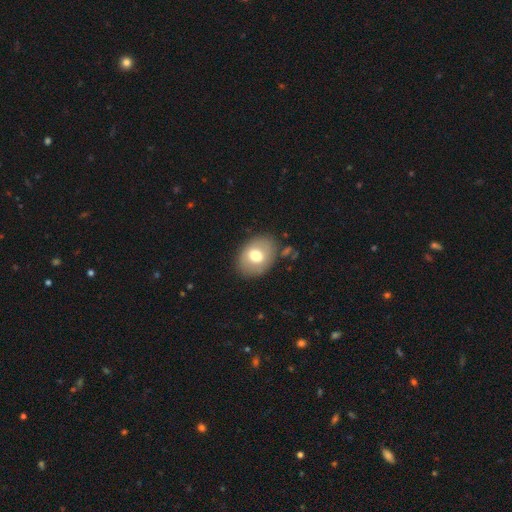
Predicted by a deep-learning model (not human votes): The model was most divided on "how rounded": in between: 68%, round: 31%, cigar-shaped: 1%. More confident: merging — none (82%); smooth or featured — smooth (68%).